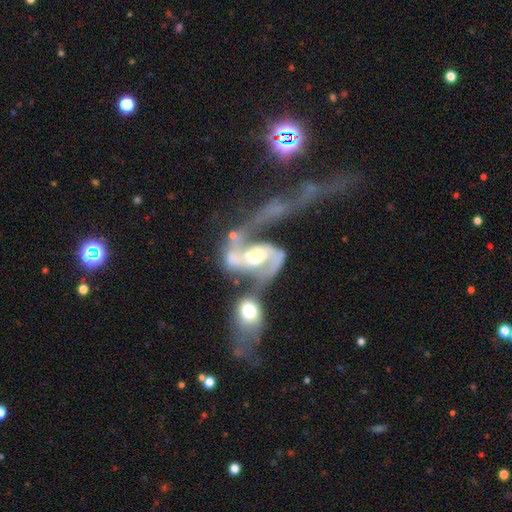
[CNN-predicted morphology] Smooth or featured: featured or disk — 85% (smooth — 9%)
Edge-on disk: no — 96% (yes — 4%)
Bar: no — 39% (weak — 38%)
Spiral arms: yes — 93% (no — 7%)
Spiral winding: loose — 54% (medium — 33%)
Spiral arm count: 2 — 84% (can't tell — 6%)
Bulge size: moderate — 61% (small — 23%)
Merging: merger — 57% (major disturbance — 22%)